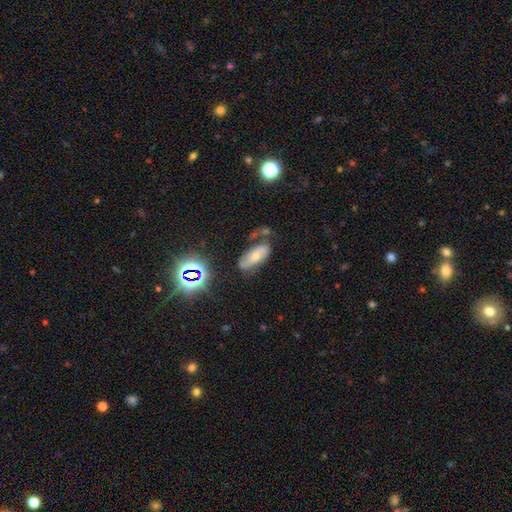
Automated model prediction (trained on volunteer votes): Smooth or featured? smooth (52%)
How rounded? in between (84%)
Merging? none (50%)